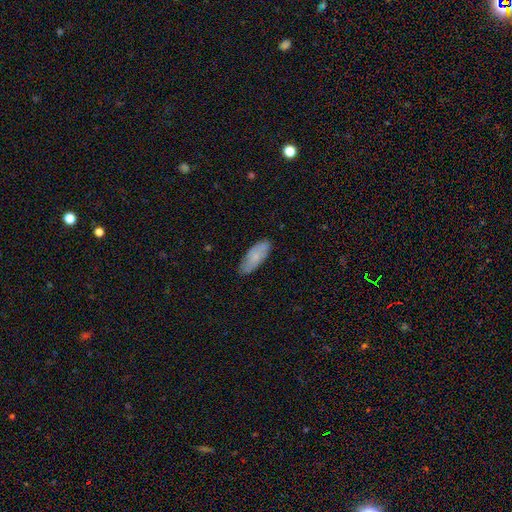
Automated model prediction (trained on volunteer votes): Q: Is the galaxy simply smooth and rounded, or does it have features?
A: smooth — 70%.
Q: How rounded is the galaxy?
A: in between — 74%.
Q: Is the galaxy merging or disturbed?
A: none — 82%.